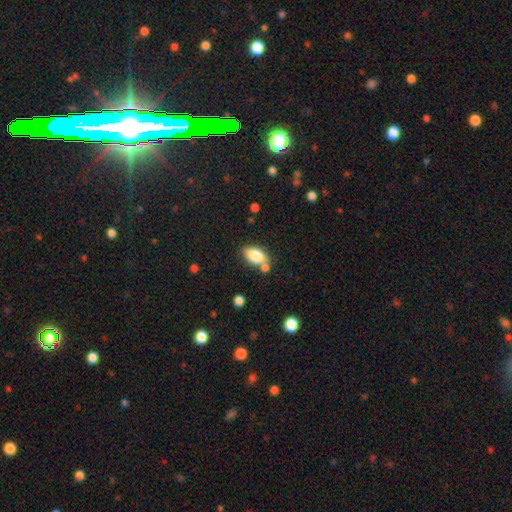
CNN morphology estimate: A smooth galaxy with no disk features (81%) that is in between round and cigar-shaped (90%).

Vote fractions:
- Smooth or featured? smooth: 81% / featured or disk: 11% / star or artifact: 8%
- How rounded? in between: 90% / round: 6% / cigar-shaped: 4%
- Merging? none: 62% / merger: 20% / minor disturbance: 14% / major disturbance: 4%